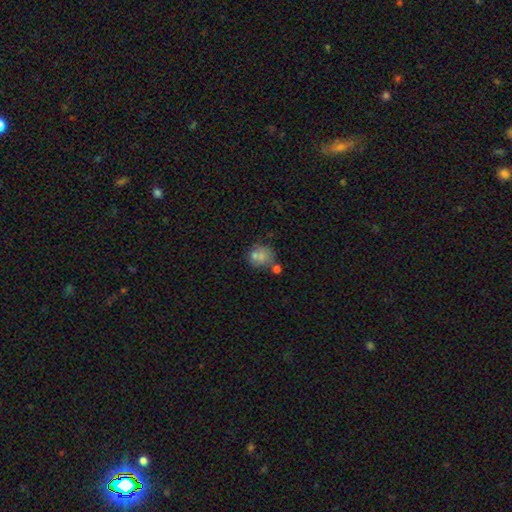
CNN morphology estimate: Smooth or featured: smooth — 68% (star or artifact — 17%)
How rounded: round — 80% (in between — 18%)
Merging: none — 59% (merger — 18%)